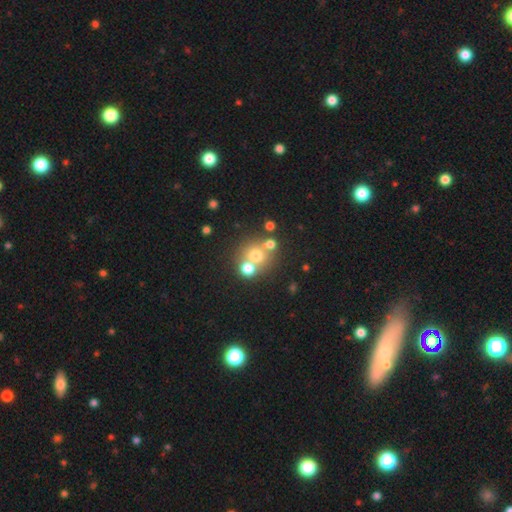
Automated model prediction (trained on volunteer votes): Overall: smooth (64%). How rounded: round (85%). Merging: none (50%; merger 38%).